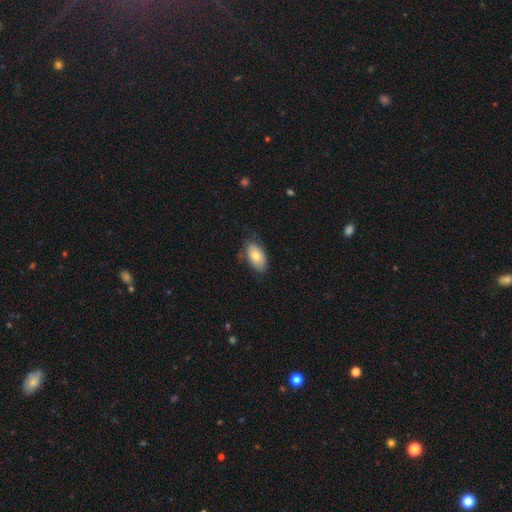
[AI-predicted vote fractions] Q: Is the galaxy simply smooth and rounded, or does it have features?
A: smooth — 72%.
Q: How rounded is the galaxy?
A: in between — 93%.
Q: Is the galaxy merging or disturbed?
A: none — 69%.